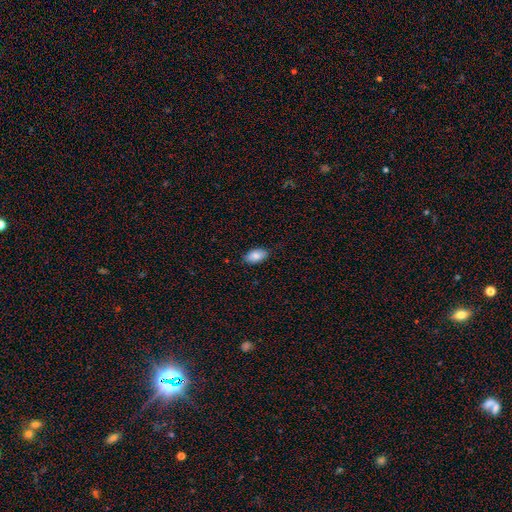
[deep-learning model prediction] This is clearly a smooth galaxy (85%). How rounded: clearly in between (93%). Merging: clearly none (84%).